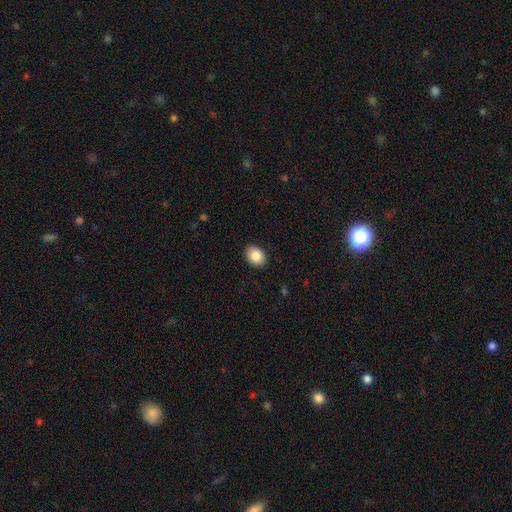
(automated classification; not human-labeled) Smooth or featured?
  - smooth: 88% *
  - star or artifact: 8%
  - featured or disk: 4%
How rounded?
  - in between: 59% *
  - round: 40%
  - cigar-shaped: 1%
Merging?
  - none: 89% *
  - minor disturbance: 8%
  - major disturbance: 2%
  - merger: 1%